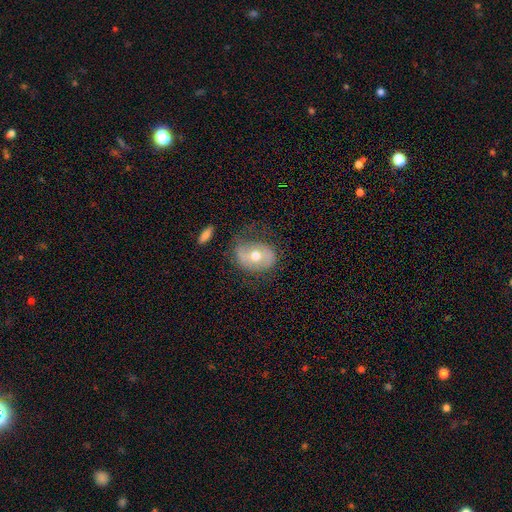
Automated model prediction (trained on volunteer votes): Smooth or featured?
  - featured or disk: 52% *
  - smooth: 40%
  - star or artifact: 8%
Edge-on disk?
  - no: 94% *
  - yes: 6%
Merging?
  - none: 54% *
  - minor disturbance: 28%
  - major disturbance: 15%
  - merger: 2%